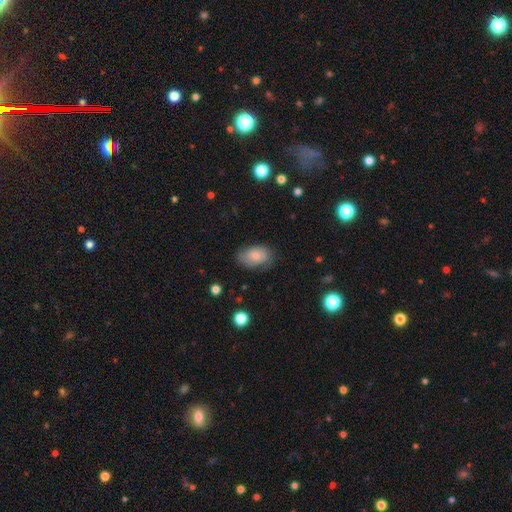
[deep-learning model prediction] This appears to be a smooth galaxy with no disk features (61%) that is in between round and cigar-shaped (86%). Merging: none (67%).